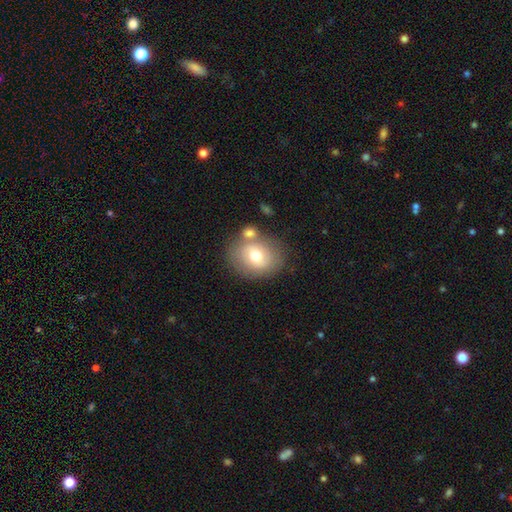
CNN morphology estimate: Smooth or featured: smooth — 66% (featured or disk — 25%)
How rounded: round — 56% (in between — 43%)
Merging: none — 63% (merger — 18%)